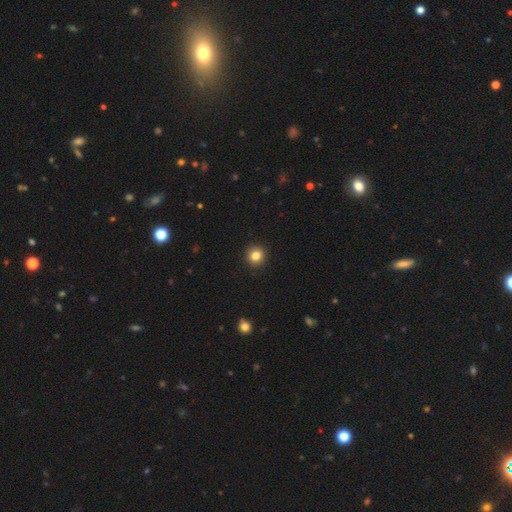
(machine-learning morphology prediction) Smooth or featured? Predicted: smooth (p=0.83). How rounded? Predicted: round (p=0.93). Merging? Predicted: none (p=0.93).